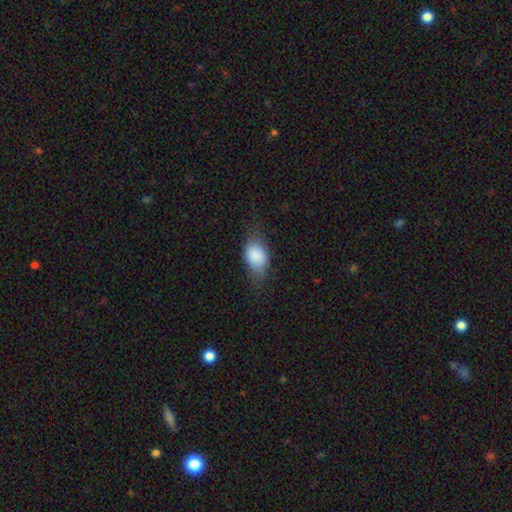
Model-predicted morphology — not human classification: Smooth or featured? Predicted: smooth (p=0.83). How rounded? Predicted: in between (p=0.83). Merging? Predicted: none (p=0.57).